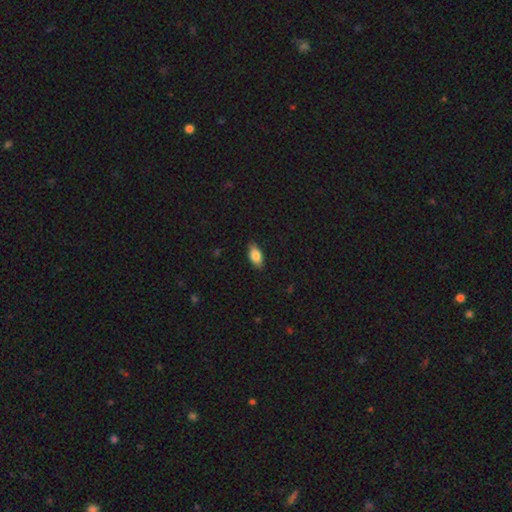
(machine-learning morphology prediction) A smooth galaxy with no disk features (83%) that is in between round and cigar-shaped (91%). Merging: none (87%).